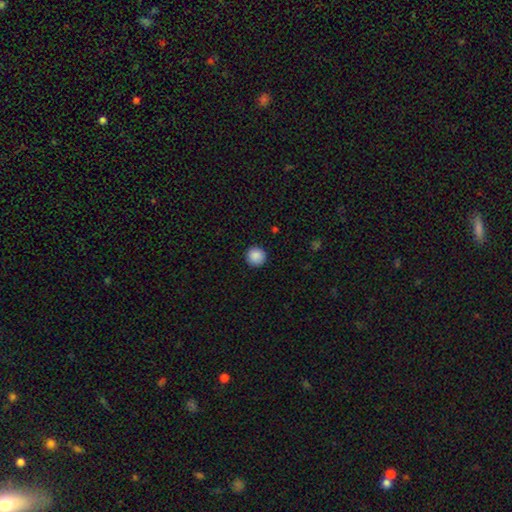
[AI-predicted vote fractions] Overall: smooth (89%). How rounded: round (96%). Merging: none (92%).